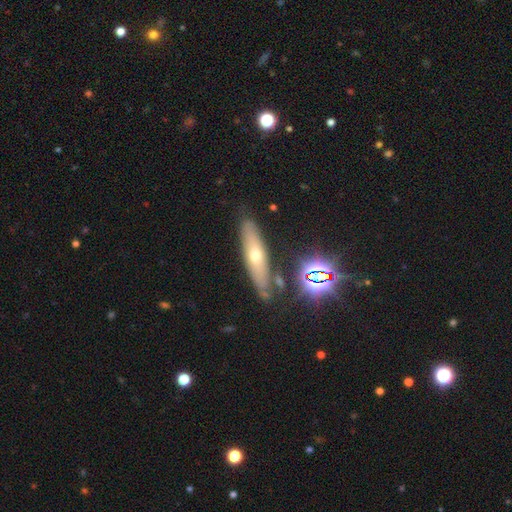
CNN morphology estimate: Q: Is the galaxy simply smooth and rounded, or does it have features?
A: featured or disk — 45%.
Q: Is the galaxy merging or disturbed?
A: none — 81%.